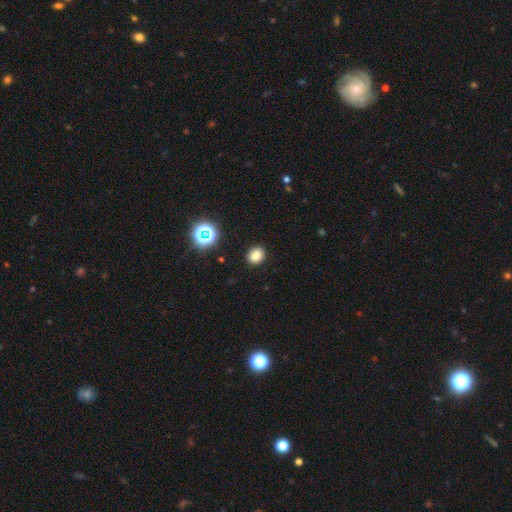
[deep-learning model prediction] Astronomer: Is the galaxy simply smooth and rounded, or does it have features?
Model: smooth — 79%.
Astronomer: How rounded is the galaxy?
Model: round — 67%.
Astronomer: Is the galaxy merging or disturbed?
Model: none — 91%.